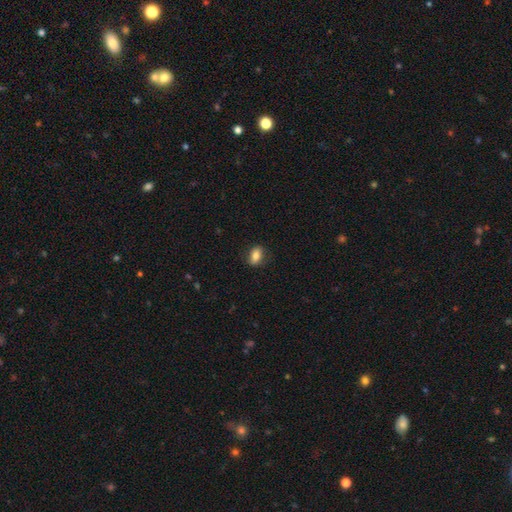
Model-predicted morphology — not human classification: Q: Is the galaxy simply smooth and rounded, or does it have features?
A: smooth — 80%.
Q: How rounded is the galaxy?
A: in between — 83%.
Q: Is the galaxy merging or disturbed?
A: none — 80%.